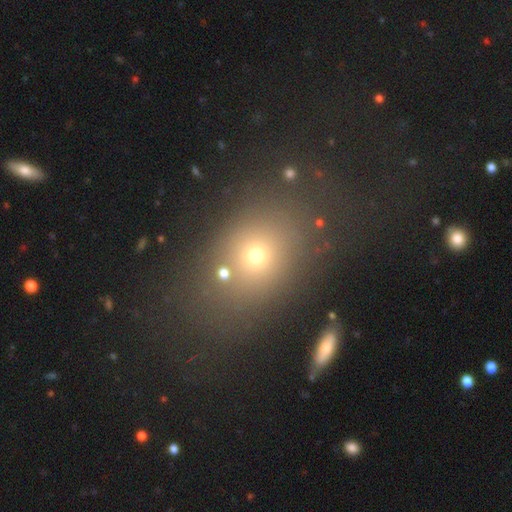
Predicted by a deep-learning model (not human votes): Q: Smooth or featured?
A: smooth (67%); runner-up: star or artifact (20%)
Q: How rounded?
A: in between (58%); runner-up: round (40%)
Q: Merging?
A: none (73%); runner-up: minor disturbance (13%)